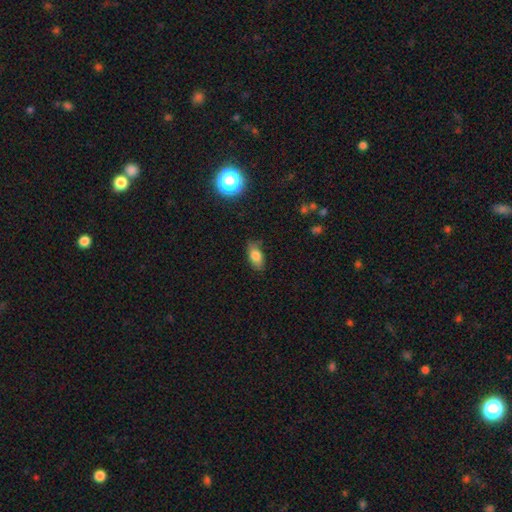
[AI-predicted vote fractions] This is likely a smooth galaxy (79%). How rounded: clearly in between (88%). Merging: clearly none (80%).